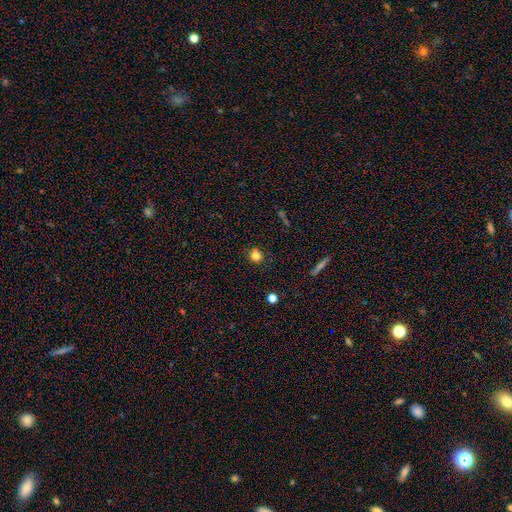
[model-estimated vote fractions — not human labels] Smooth or featured? smooth (81%)
How rounded? round (84%)
Merging? none (86%)